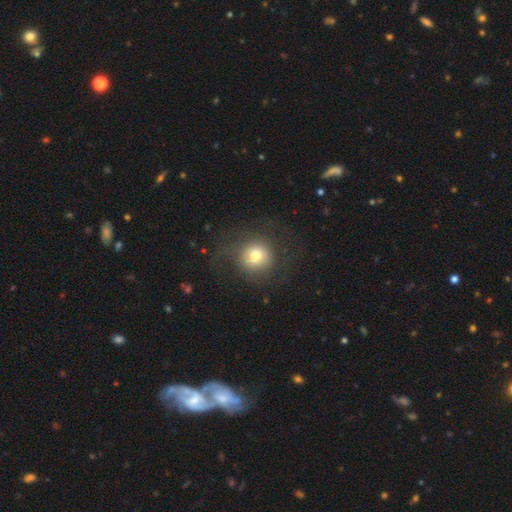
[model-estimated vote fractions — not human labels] Morphology: type=smooth (70%); roundness=round (91%); merging=none (71%).